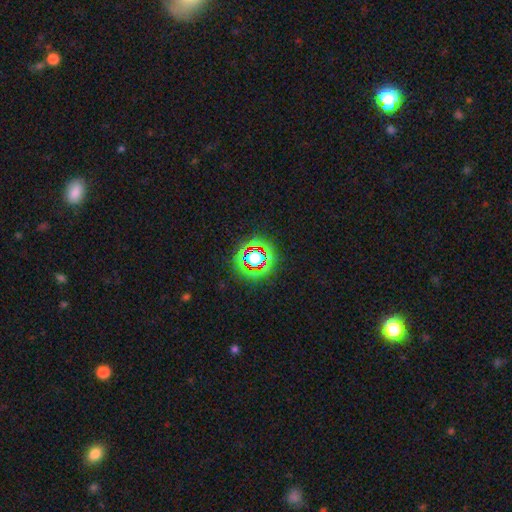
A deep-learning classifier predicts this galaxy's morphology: Smooth or featured?
  - star or artifact: 71% *
  - smooth: 18%
  - featured or disk: 11%